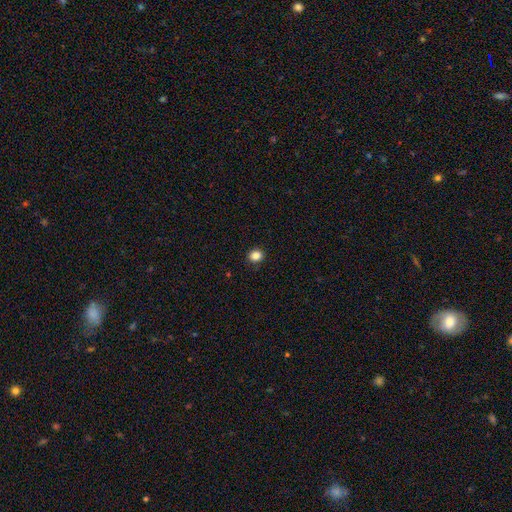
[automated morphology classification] Overall: smooth (85%). How rounded: round (72%). Merging: none (90%).